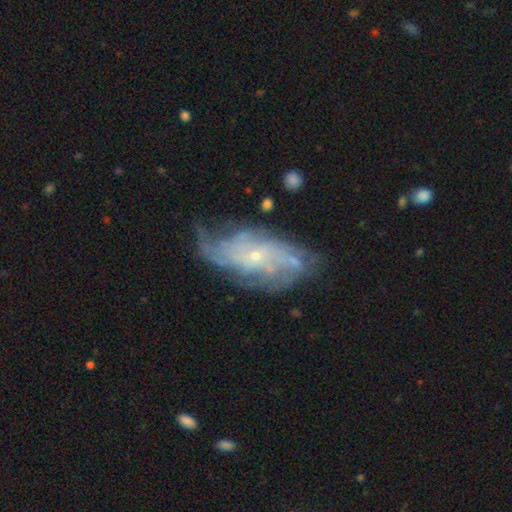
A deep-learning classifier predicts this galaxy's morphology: A featured or disk galaxy (81%) with no bar (75%), tight (48%) spiral arms (91%) and a small central bulge (82%).

Vote fractions:
- Smooth or featured? featured or disk: 81% / smooth: 11% / star or artifact: 7%
- Edge-on disk? no: 93% / yes: 7%
- Bar? no: 75% / weak: 21% / strong: 4%
- Spiral arms? yes: 91% / no: 9%
- Spiral winding? tight: 48% / medium: 36% / loose: 16%
- Spiral arm count? can't tell: 39% / 4: 21% / 3: 13% / 2: 11% / more than 4: 10% / 1: 6%
- Bulge size? small: 82% / moderate: 13% / none: 2% / large: 1% / dominant: 1%
- Merging? none: 63% / minor disturbance: 23% / major disturbance: 11% / merger: 3%